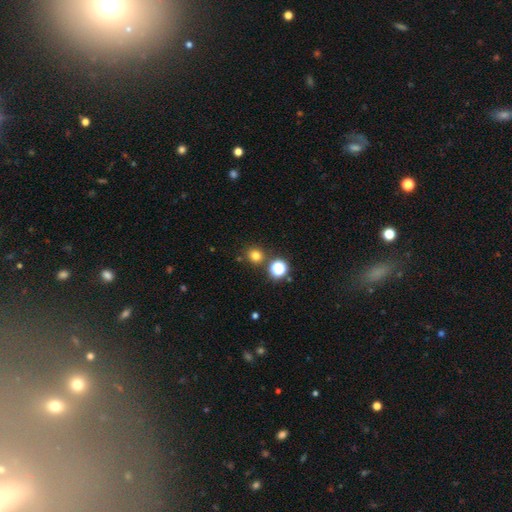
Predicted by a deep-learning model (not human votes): Smooth or featured?
  - smooth: 75% *
  - star or artifact: 19%
  - featured or disk: 6%
How rounded?
  - round: 89% *
  - in between: 10%
  - cigar-shaped: 1%
Merging?
  - none: 82% *
  - merger: 8%
  - minor disturbance: 7%
  - major disturbance: 3%